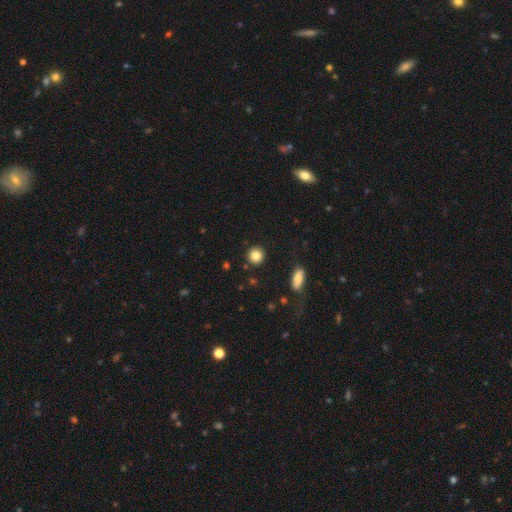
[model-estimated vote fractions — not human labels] This is clearly a smooth galaxy (85%). How rounded: clearly round (92%). Merging: clearly none (91%).